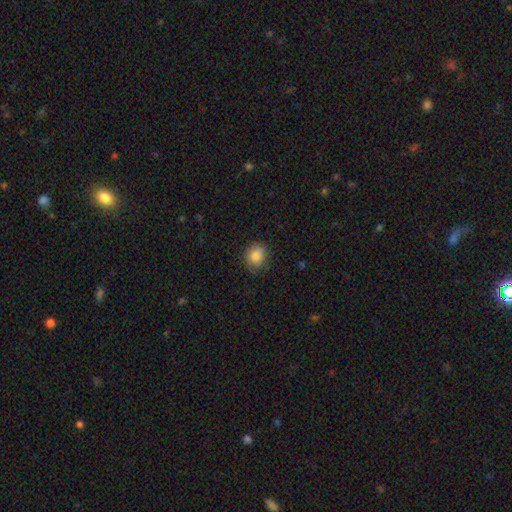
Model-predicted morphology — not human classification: smooth 87%, star or artifact 9%, featured or disk 4%. Down the decision tree: how rounded — round (73%); merging — none (82%).